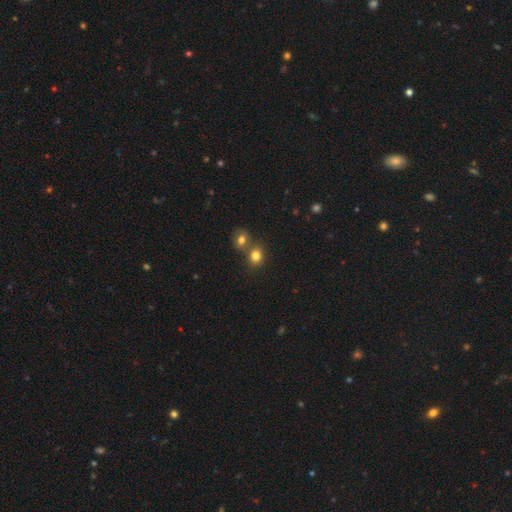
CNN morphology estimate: smooth-or-featured: smooth: 80% | star or artifact: 13% | featured or disk: 7%
  how-rounded: round: 71% | in between: 28% | cigar-shaped: 1%
  merging: none: 53% | merger: 35% | minor disturbance: 8% | major disturbance: 3%